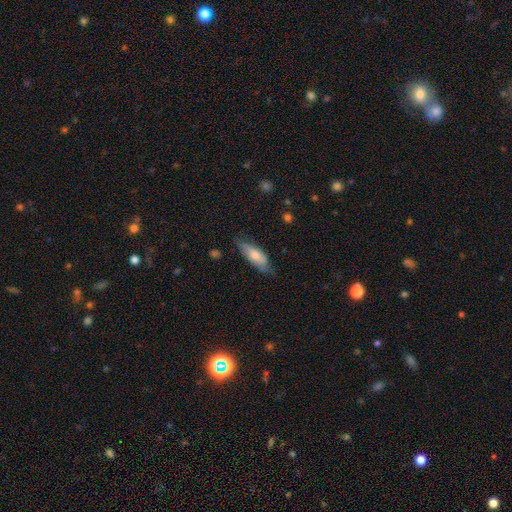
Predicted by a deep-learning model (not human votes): This appears to be a smooth galaxy with no disk features (64%) that is in between round and cigar-shaped (58%). Merging: none (65%).